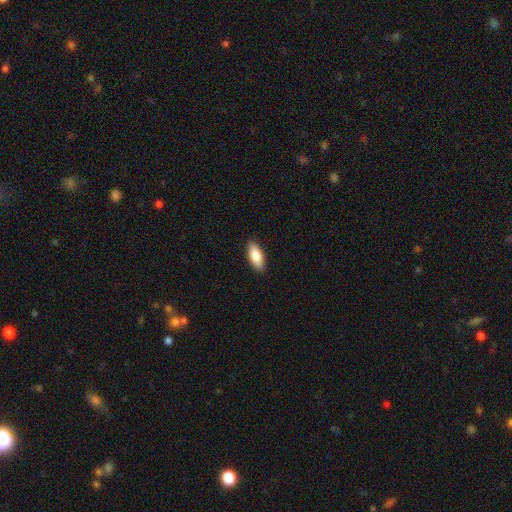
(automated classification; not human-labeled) The model was most divided on "how rounded": in between: 81%, cigar-shaped: 17%, round: 2%. More confident: merging — none (89%); smooth or featured — smooth (81%).